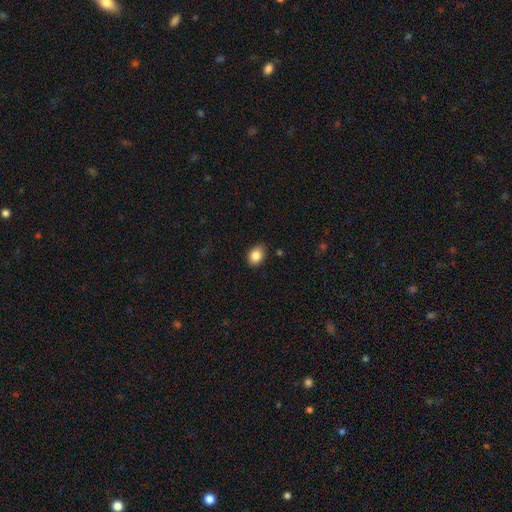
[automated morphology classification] smooth_or_featured: smooth (p=0.85) [alt: star or artifact p=0.09]
how_rounded: in between (p=0.67) [alt: round p=0.32]
merging: none (p=0.83) [alt: minor disturbance p=0.13]